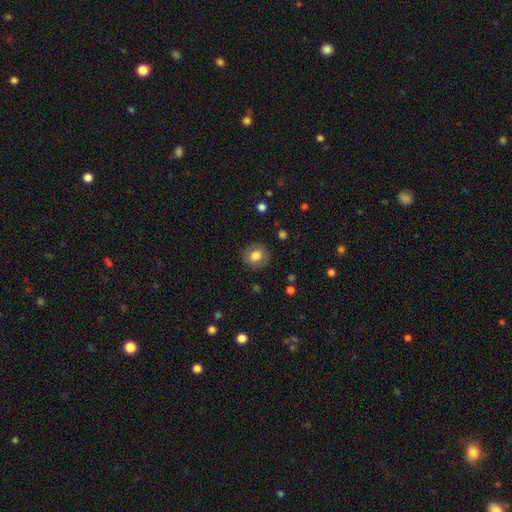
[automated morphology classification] Overall: smooth (76%). How rounded: round (85%). Merging: none (87%).